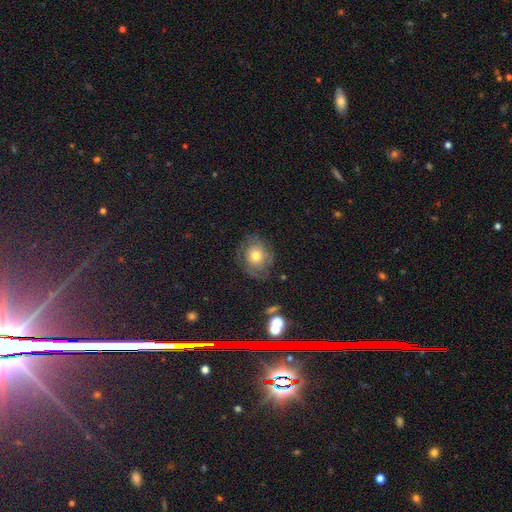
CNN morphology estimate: smooth 48%, featured or disk 40%, star or artifact 12%. Down the decision tree: merging — none (69%).